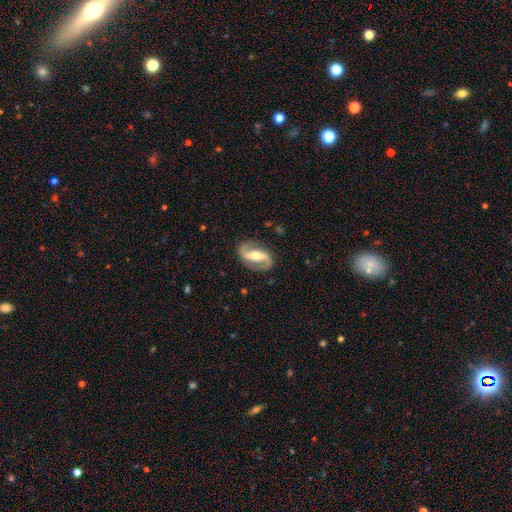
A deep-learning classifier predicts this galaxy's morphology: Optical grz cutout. It shows a featured or disk galaxy (89%) with a strong bar (54%), 2 (93%) loose (45%) spiral arms (95%) and a moderate central bulge (65%). Merging: none (85%).